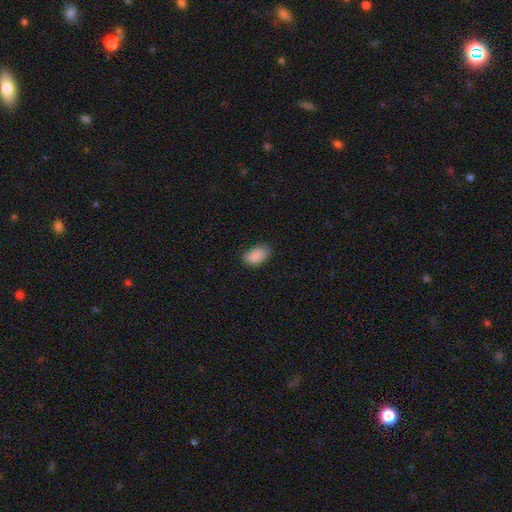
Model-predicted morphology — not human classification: smooth 88%, star or artifact 7%, featured or disk 5%. Down the decision tree: how rounded — in between (92%); merging — none (72%).